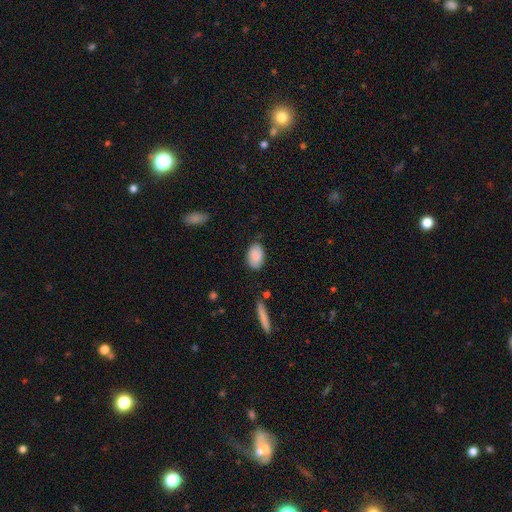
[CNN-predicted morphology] The model was most divided on "merging": none: 82%, minor disturbance: 13%, major disturbance: 3%, merger: 2%. More confident: how rounded — in between (89%); smooth or featured — smooth (87%).